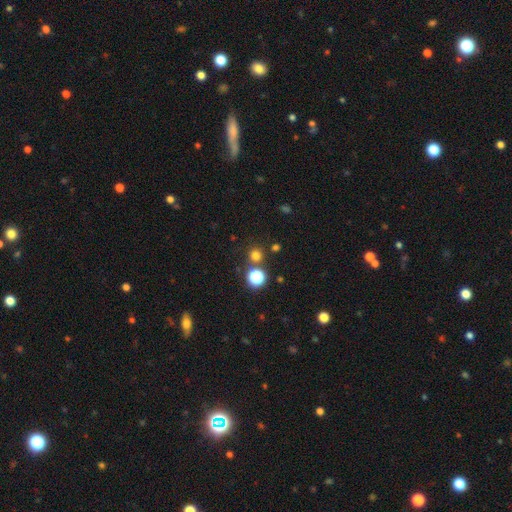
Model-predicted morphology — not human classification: Smooth or featured?
  - smooth: 71% *
  - star or artifact: 24%
  - featured or disk: 5%
How rounded?
  - round: 94% *
  - in between: 6%
  - cigar-shaped: 1%
Merging?
  - none: 81% *
  - merger: 10%
  - minor disturbance: 7%
  - major disturbance: 3%